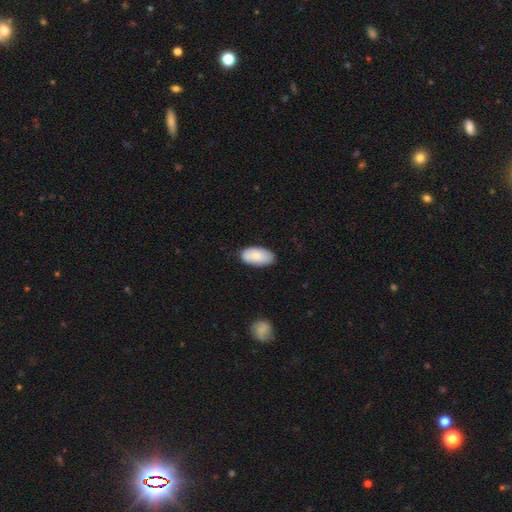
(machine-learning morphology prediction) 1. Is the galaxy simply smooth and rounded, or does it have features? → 85% smooth, 9% featured or disk, 6% star or artifact.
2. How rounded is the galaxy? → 95% in between, 3% cigar-shaped, 2% round.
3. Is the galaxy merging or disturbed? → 82% none, 15% minor disturbance, 2% major disturbance, 1% merger.